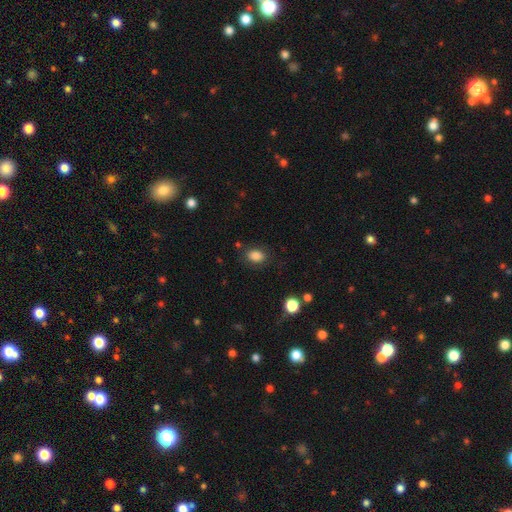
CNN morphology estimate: Smooth or featured? smooth (84%)
How rounded? in between (73%)
Merging? none (81%)